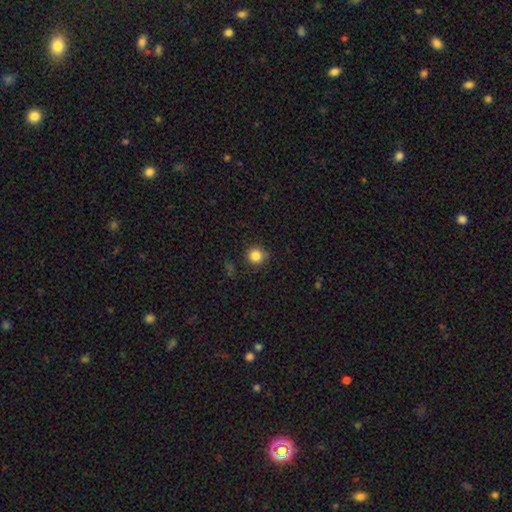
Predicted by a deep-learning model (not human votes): Smooth or featured?
  - smooth: 84% *
  - star or artifact: 11%
  - featured or disk: 5%
How rounded?
  - round: 92% *
  - in between: 7%
  - cigar-shaped: 1%
Merging?
  - none: 85% *
  - minor disturbance: 11%
  - major disturbance: 3%
  - merger: 1%